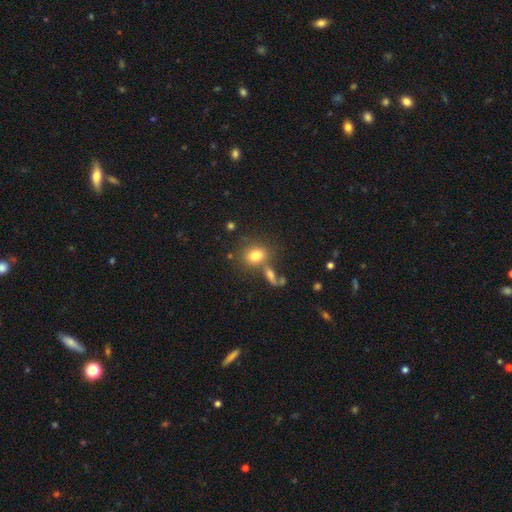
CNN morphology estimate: smooth-or-featured: smooth: 78% | star or artifact: 11% | featured or disk: 11%
  how-rounded: round: 55% | in between: 43% | cigar-shaped: 2%
  merging: none: 61% | merger: 21% | minor disturbance: 12% | major disturbance: 6%